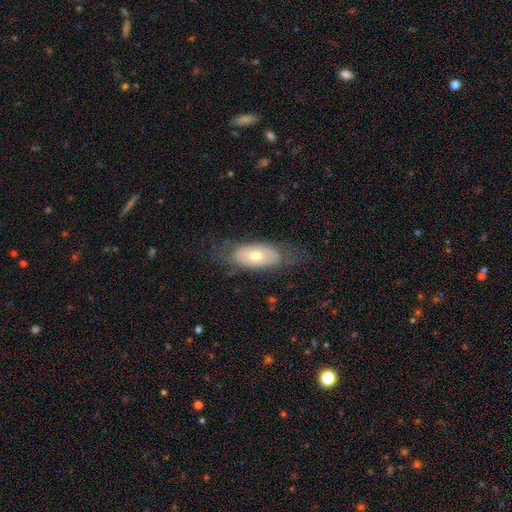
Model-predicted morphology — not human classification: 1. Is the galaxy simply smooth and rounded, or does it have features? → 48% featured or disk, 46% smooth, 6% star or artifact.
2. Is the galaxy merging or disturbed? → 67% none, 20% minor disturbance, 12% major disturbance, 1% merger.